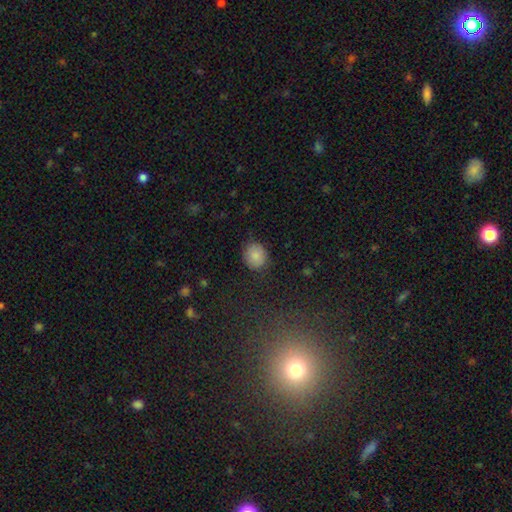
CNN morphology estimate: Overall: smooth (85%). How rounded: round (78%). Merging: none (83%).